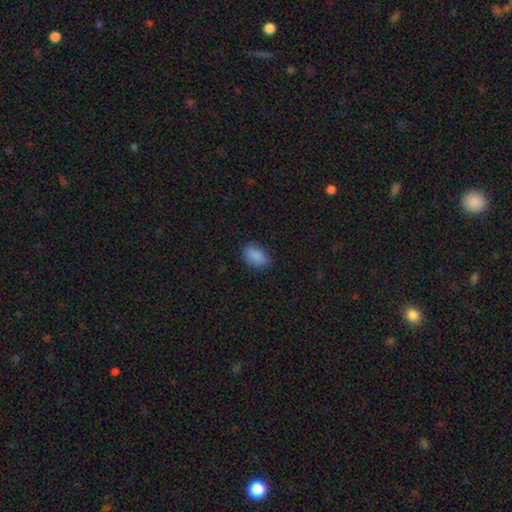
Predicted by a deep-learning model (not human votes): This is clearly a smooth galaxy (87%). How rounded: clearly in between (89%). Merging: likely none (77%).